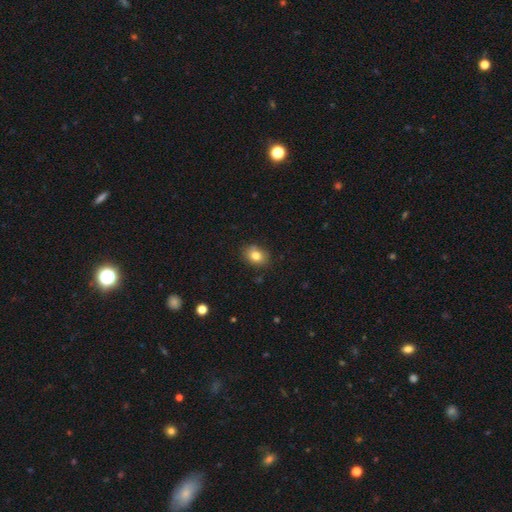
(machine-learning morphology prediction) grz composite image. It shows a smooth galaxy with no disk features (81%) that is in between round and cigar-shaped (60%). Merging: none (80%).